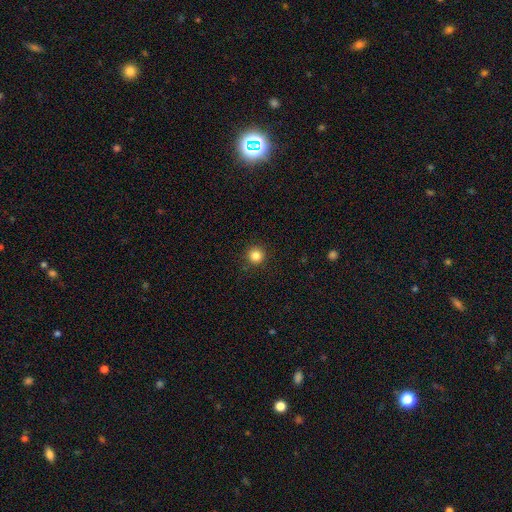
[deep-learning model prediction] smooth 84%, star or artifact 12%, featured or disk 4%. Down the decision tree: how rounded — round (95%); merging — none (91%).